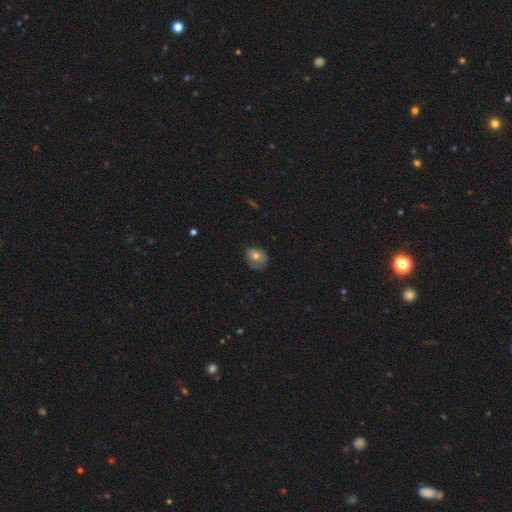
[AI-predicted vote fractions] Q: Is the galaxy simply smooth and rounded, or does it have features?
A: smooth — 71%.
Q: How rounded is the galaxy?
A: round — 58%.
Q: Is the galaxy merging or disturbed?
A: none — 56%.